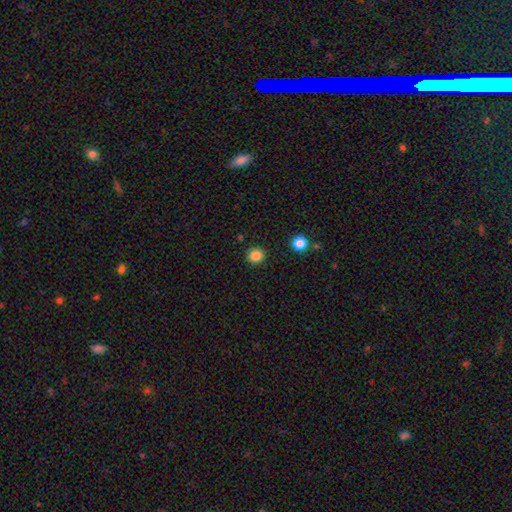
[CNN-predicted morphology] Smooth or featured? smooth (85%)
How rounded? round (89%)
Merging? none (90%)